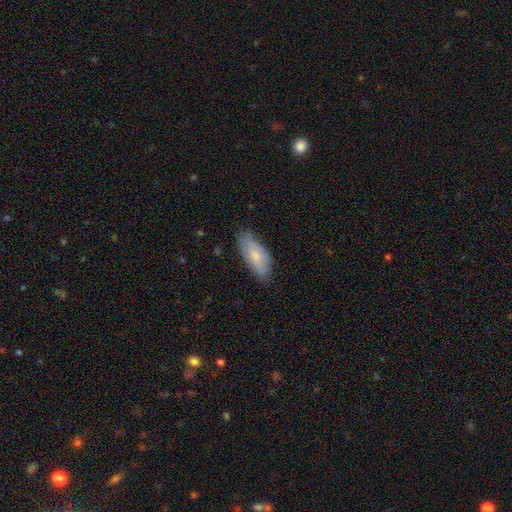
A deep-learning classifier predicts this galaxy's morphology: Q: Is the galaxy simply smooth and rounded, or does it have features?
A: smooth — 72%.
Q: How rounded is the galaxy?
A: in between — 80%.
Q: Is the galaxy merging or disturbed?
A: none — 76%.